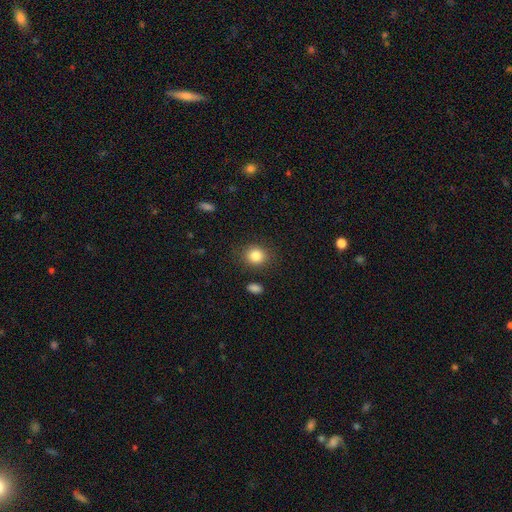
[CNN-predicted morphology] smooth-or-featured: smooth: 84% | star or artifact: 10% | featured or disk: 6%
  how-rounded: round: 74% | in between: 25% | cigar-shaped: 1%
  merging: none: 85% | minor disturbance: 9% | major disturbance: 3% | merger: 2%